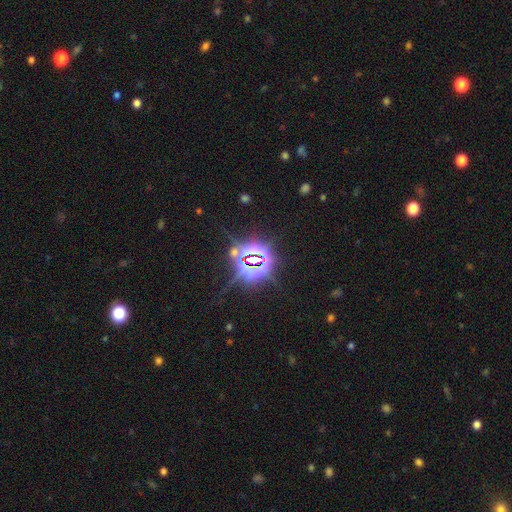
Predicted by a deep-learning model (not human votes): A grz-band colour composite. It shows a star or artifact, not a galaxy (84%).